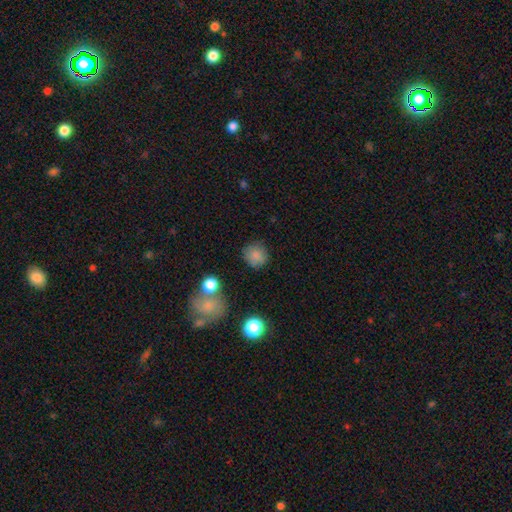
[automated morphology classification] smooth-or-featured: smooth: 84% | star or artifact: 10% | featured or disk: 6%
  how-rounded: round: 90% | in between: 9% | cigar-shaped: 1%
  merging: none: 81% | minor disturbance: 12% | merger: 4% | major disturbance: 4%